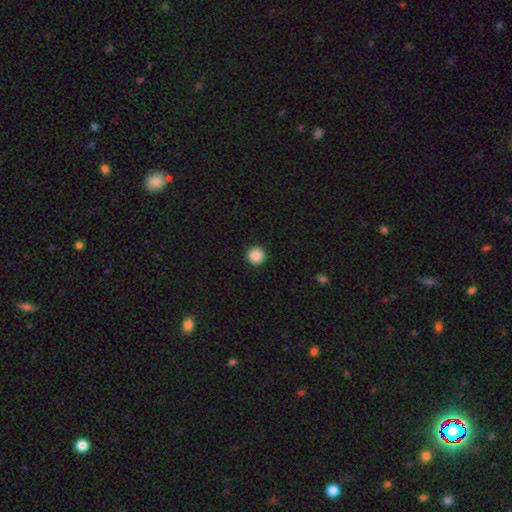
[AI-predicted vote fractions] A smooth galaxy with no disk features (89%) that is round (96%). Merging: none (93%).